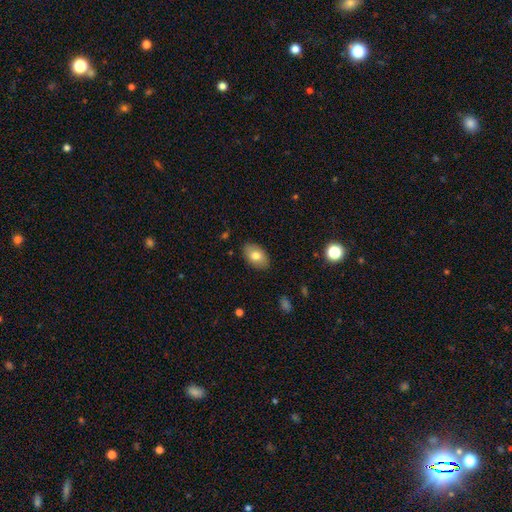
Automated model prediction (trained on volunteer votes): This is likely a smooth galaxy (77%). How rounded: clearly in between (92%). Merging: clearly none (87%).